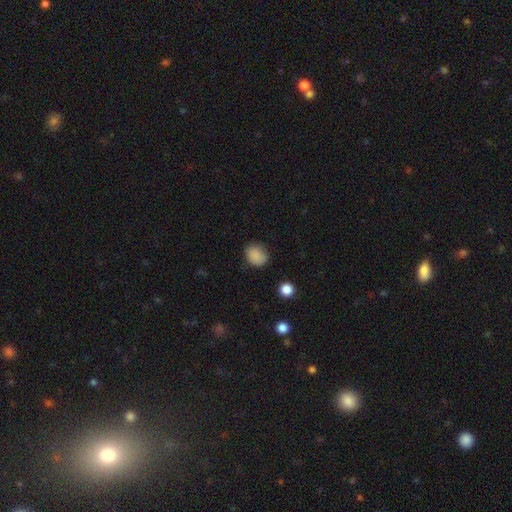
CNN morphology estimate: A smooth galaxy with no disk features (86%) that is round (66%).

Vote fractions:
- Smooth or featured? smooth: 86% / star or artifact: 10% / featured or disk: 4%
- How rounded? round: 66% / in between: 33% / cigar-shaped: 1%
- Merging? none: 76% / minor disturbance: 18% / major disturbance: 4% / merger: 2%